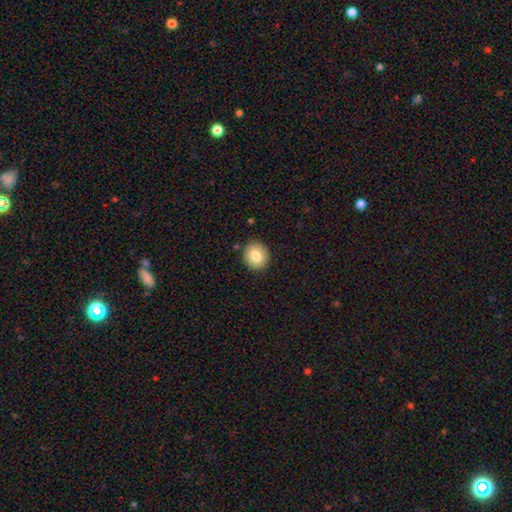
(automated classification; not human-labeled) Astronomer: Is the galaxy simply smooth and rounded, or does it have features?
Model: smooth — 82%.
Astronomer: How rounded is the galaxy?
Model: round — 77%.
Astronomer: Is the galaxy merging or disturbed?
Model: none — 88%.